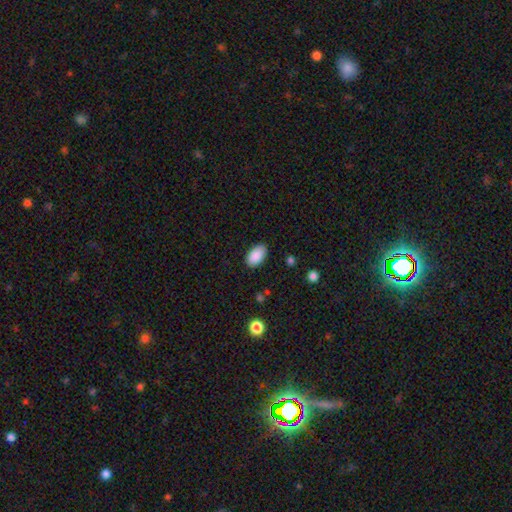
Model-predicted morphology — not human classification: Overall: smooth (89%). How rounded: in between (94%). Merging: none (85%).